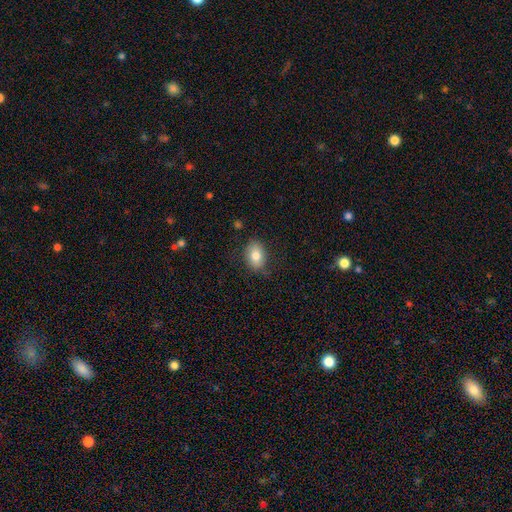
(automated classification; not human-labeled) Overall: smooth (80%). How rounded: in between (83%). Merging: none (79%).